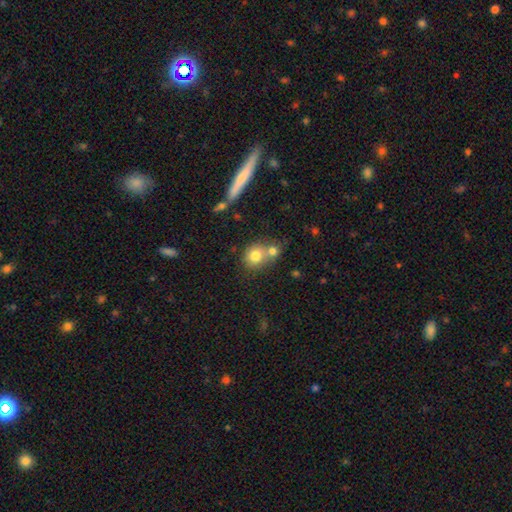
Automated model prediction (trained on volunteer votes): Smooth or featured? smooth (77%)
How rounded? round (77%)
Merging? merger (46%)